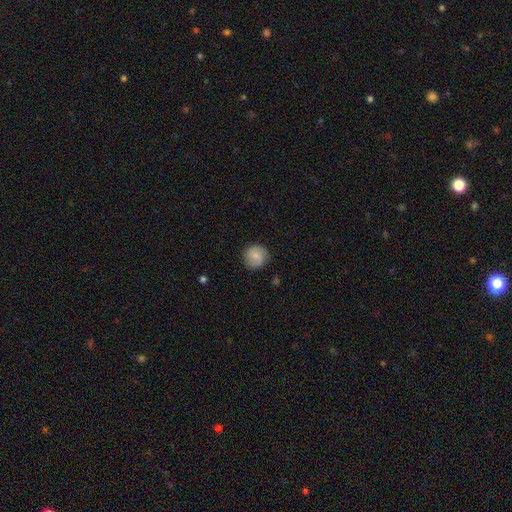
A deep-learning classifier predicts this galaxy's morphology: Smooth or featured? smooth (76%)
How rounded? round (91%)
Merging? none (84%)